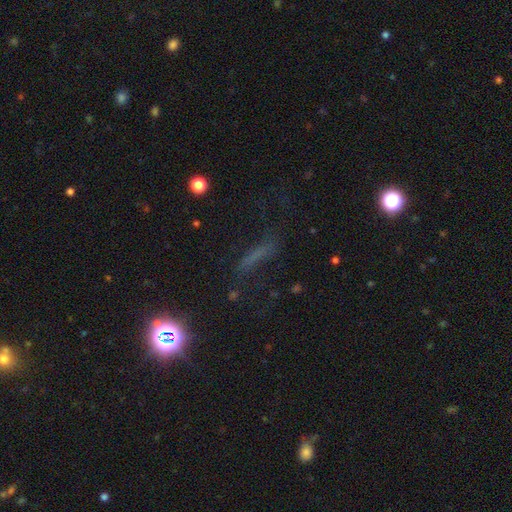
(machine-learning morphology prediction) smooth 40%, star or artifact 33%, featured or disk 27%. Down the decision tree: merging — none (65%).